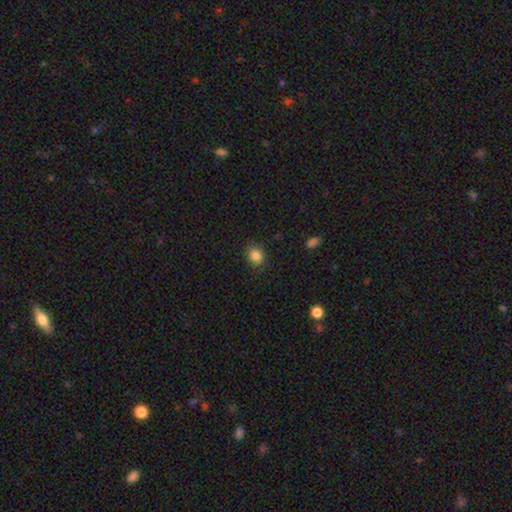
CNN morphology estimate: The model was most divided on "how rounded": round: 68%, in between: 31%, cigar-shaped: 1%. More confident: merging — none (86%); smooth or featured — smooth (85%).